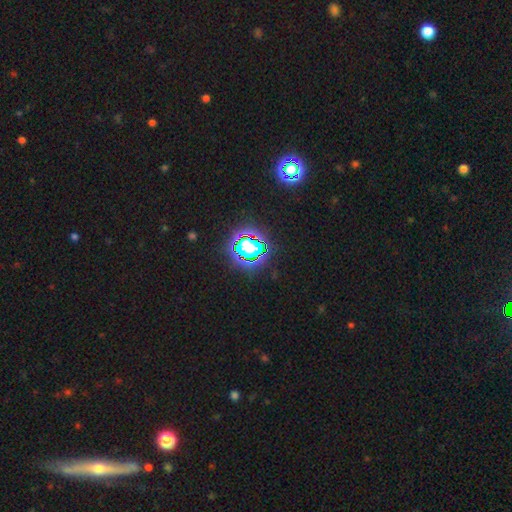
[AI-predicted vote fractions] A star or artifact, not a galaxy (81%).

Vote fractions:
- Smooth or featured? star or artifact: 81% / smooth: 12% / featured or disk: 7%